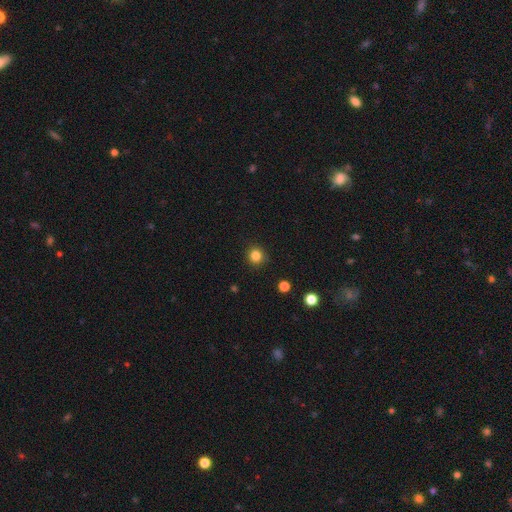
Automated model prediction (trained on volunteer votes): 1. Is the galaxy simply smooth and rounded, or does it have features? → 83% smooth, 13% star or artifact, 4% featured or disk.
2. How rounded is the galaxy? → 93% round, 6% in between, 1% cigar-shaped.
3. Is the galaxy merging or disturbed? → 91% none, 6% minor disturbance, 2% major disturbance, 1% merger.